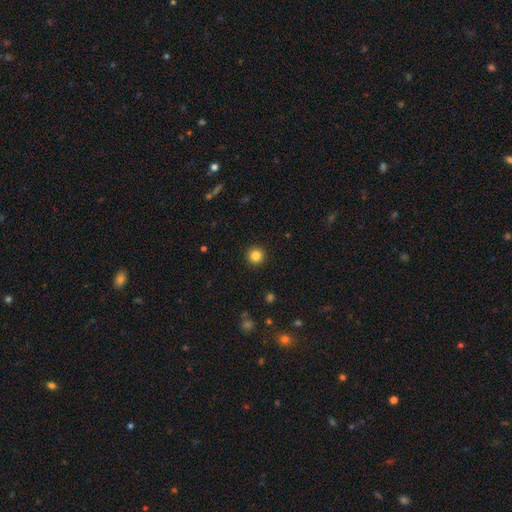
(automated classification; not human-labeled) This is clearly a smooth galaxy (84%). How rounded: clearly round (96%). Merging: clearly none (93%).